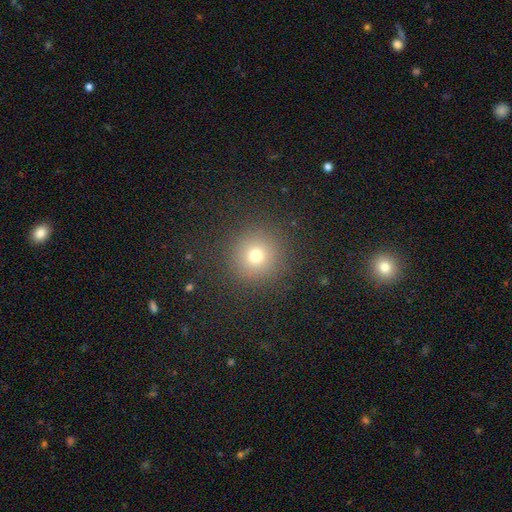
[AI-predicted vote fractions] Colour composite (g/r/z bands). It shows a smooth galaxy with no disk features (72%) that is round (94%). Merging: none (89%).